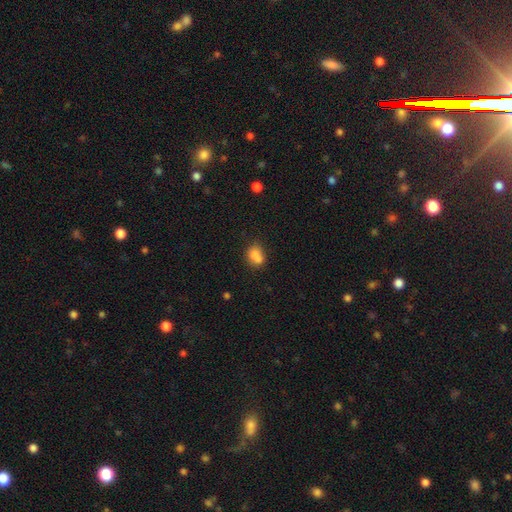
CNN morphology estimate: smooth-or-featured: smooth: 79% | featured or disk: 11% | star or artifact: 10%
  how-rounded: in between: 62% | round: 36% | cigar-shaped: 2%
  merging: none: 42% | merger: 35% | minor disturbance: 17% | major disturbance: 6%